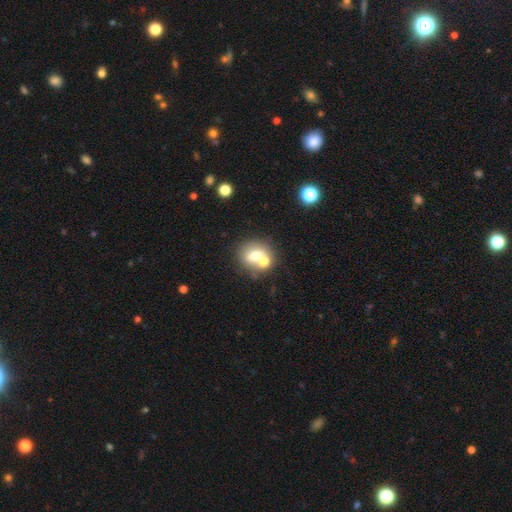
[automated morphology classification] A smooth galaxy with no disk features (64%) that is round (70%). Merging: none (45%).